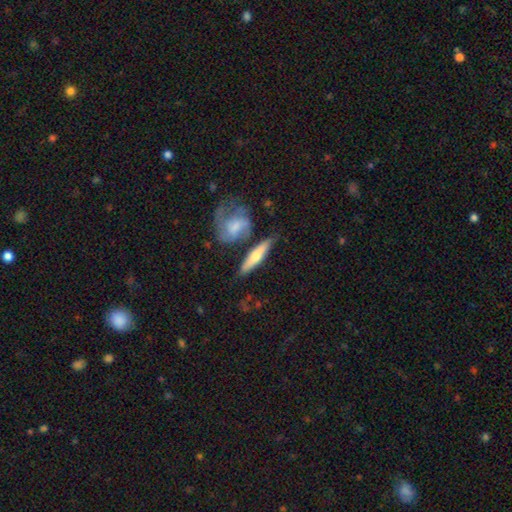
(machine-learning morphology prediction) type=smooth (54%); roundness=cigar-shaped (69%); merging=none (67%).